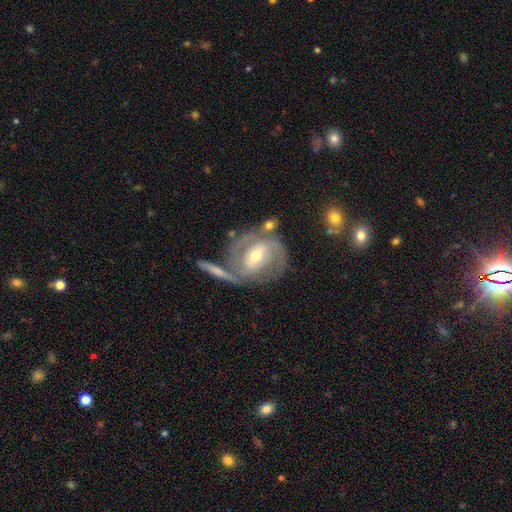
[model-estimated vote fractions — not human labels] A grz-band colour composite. It shows a featured or disk galaxy (84%) with a weak bar (43%), 2 (74%) tight (50%) spiral arms (93%) and a moderate central bulge (62%). Merging: none (60%).